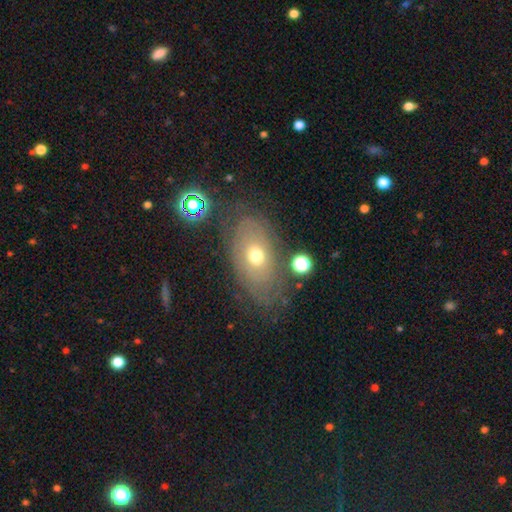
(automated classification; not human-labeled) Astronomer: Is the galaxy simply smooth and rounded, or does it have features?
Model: featured or disk — 53% (runner-up: smooth, 37%).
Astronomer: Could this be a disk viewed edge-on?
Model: no — 90%.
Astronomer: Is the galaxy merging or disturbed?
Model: none — 69%.